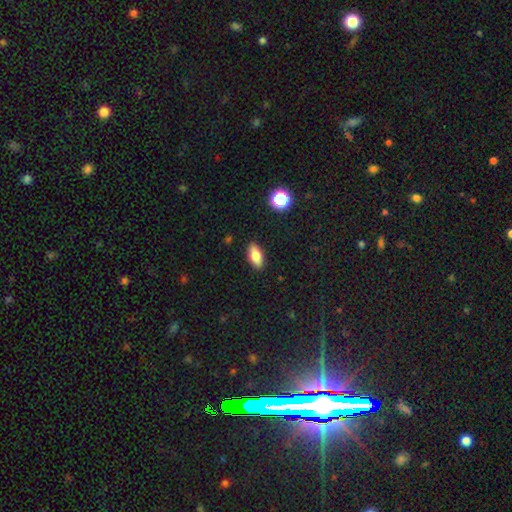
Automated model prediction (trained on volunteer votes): This is clearly a smooth galaxy (80%). How rounded: clearly in between (84%). Merging: clearly none (89%).